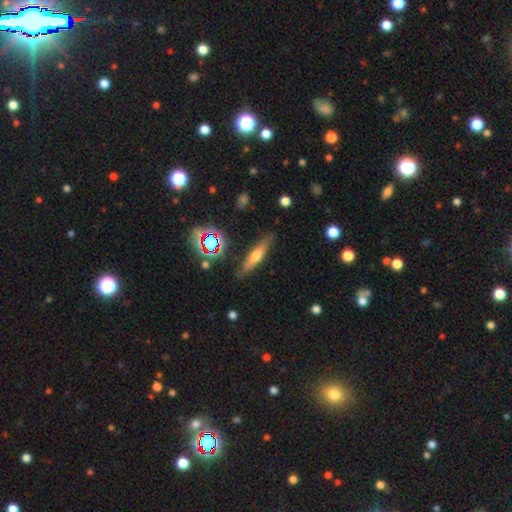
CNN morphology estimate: Smooth or featured?
  - smooth: 47% *
  - featured or disk: 42%
  - star or artifact: 11%
Merging?
  - none: 82% *
  - minor disturbance: 13%
  - major disturbance: 3%
  - merger: 2%